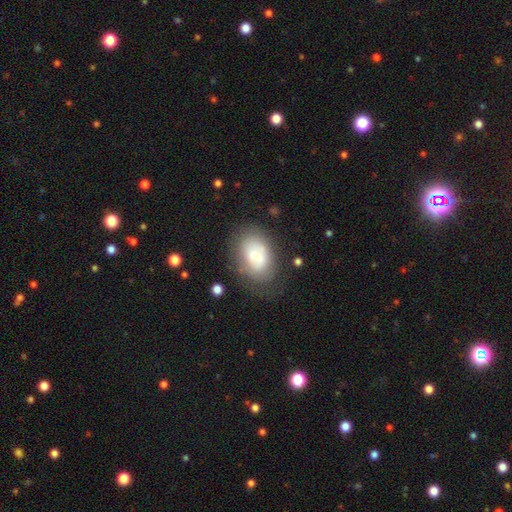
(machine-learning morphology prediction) This appears to be a smooth galaxy with no disk features (58%) that is in between round and cigar-shaped (85%). Merging: none (59%).